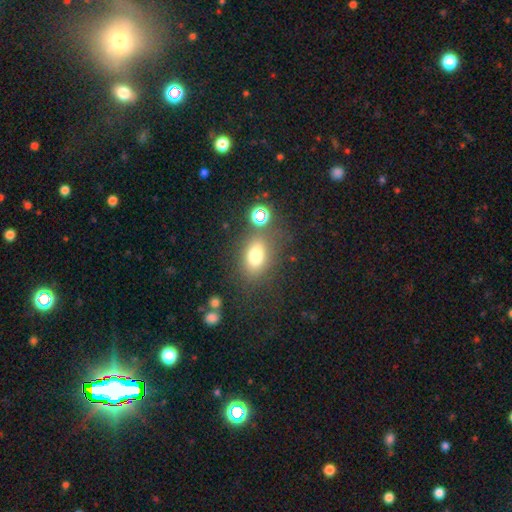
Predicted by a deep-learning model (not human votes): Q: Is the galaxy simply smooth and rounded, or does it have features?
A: smooth — 72%.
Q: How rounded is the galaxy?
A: in between — 74%.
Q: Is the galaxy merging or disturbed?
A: none — 74%.